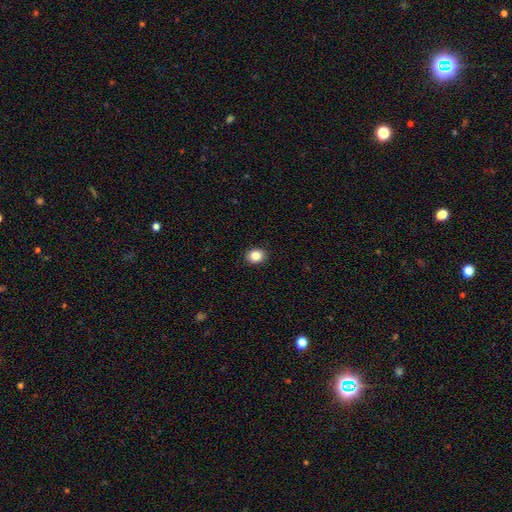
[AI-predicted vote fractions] This is clearly a smooth galaxy (85%). How rounded: possibly round (56%). Merging: clearly none (91%).